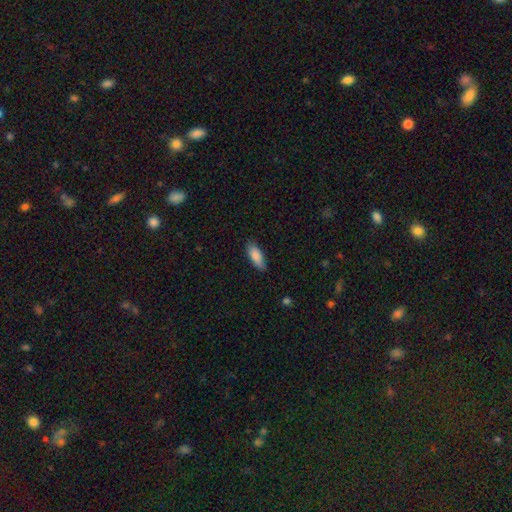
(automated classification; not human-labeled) Smooth or featured?
  - smooth: 86% *
  - featured or disk: 8%
  - star or artifact: 6%
How rounded?
  - in between: 73% *
  - cigar-shaped: 25%
  - round: 2%
Merging?
  - none: 77% *
  - minor disturbance: 19%
  - major disturbance: 3%
  - merger: 1%